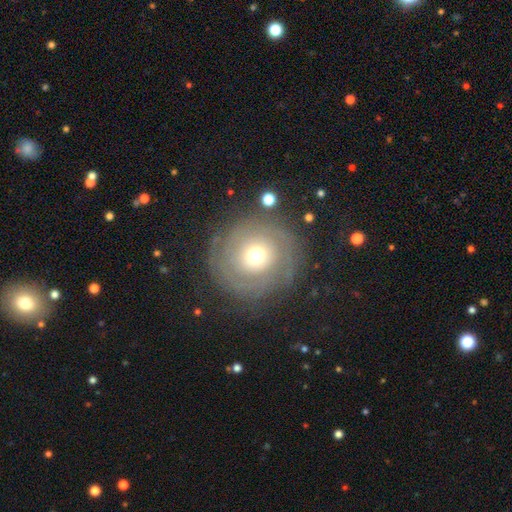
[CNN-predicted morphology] This is possibly a featured or disk galaxy (59%). It is clearly not viewed edge-on (97%). Bar: clearly no (86%). Spiral arm pattern: likely yes (68%). Central bulge: likely moderate (65%). Merging: likely none (75%).